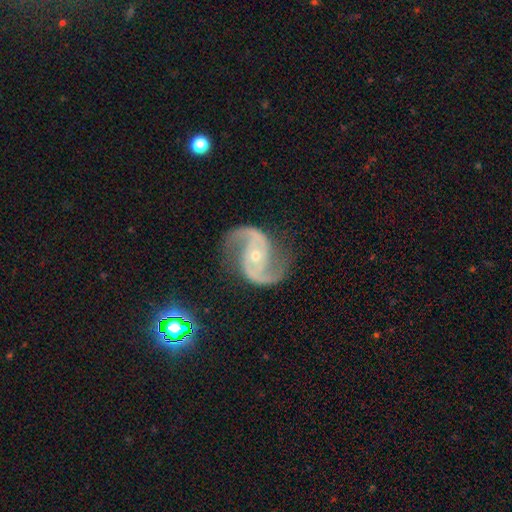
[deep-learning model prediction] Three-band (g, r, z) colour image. It shows a featured or disk galaxy (93%) with no bar (56%), 2 (94%) medium (59%) spiral arms (98%) and a small central bulge (67%). Merging: none (81%).